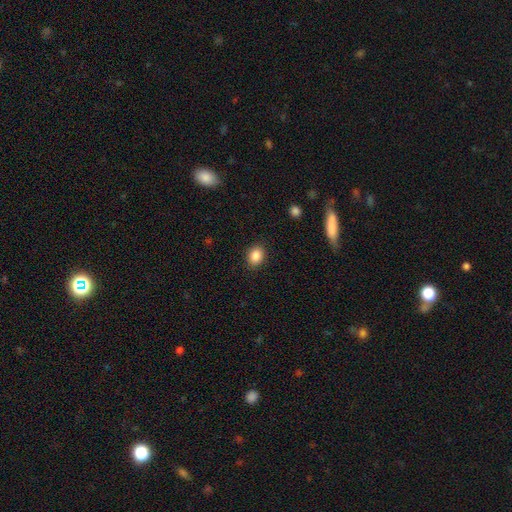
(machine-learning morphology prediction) Smooth or featured? smooth (86%)
How rounded? in between (62%)
Merging? none (89%)